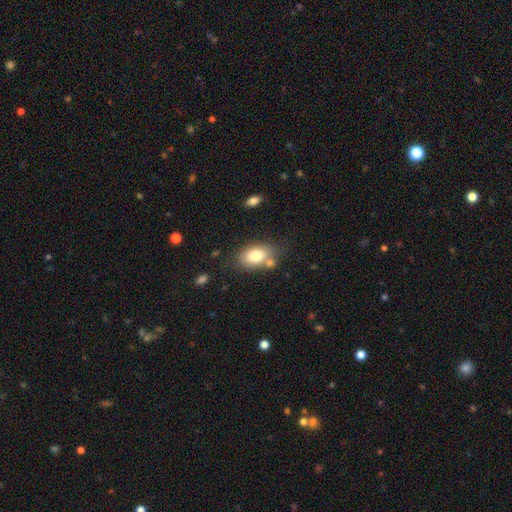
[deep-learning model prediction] A smooth galaxy with no disk features (80%) that is in between round and cigar-shaped (87%).

Vote fractions:
- Smooth or featured? smooth: 80% / featured or disk: 12% / star or artifact: 8%
- How rounded? in between: 87% / round: 11% / cigar-shaped: 2%
- Merging? none: 63% / minor disturbance: 16% / merger: 16% / major disturbance: 5%